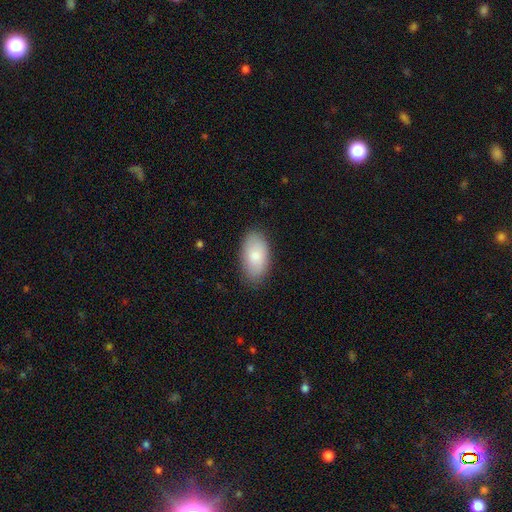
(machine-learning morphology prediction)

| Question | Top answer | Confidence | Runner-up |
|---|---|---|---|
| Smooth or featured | smooth | 80% | featured or disk (13%) |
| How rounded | in between | 94% | round (4%) |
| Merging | none | 84% | minor disturbance (12%) |